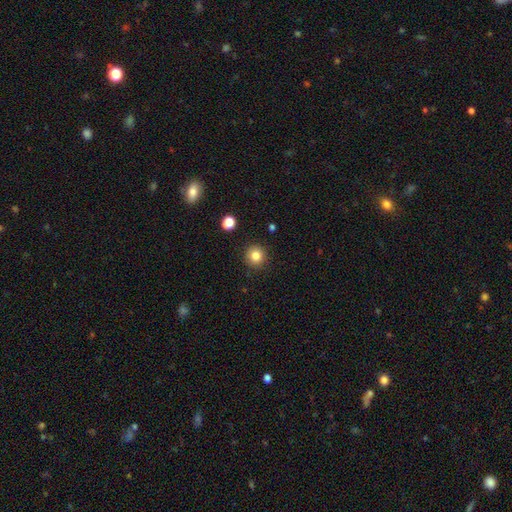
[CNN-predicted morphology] A smooth galaxy with no disk features (83%) that is round (93%).

Vote fractions:
- Smooth or featured? smooth: 83% / star or artifact: 11% / featured or disk: 6%
- How rounded? round: 93% / in between: 6% / cigar-shaped: 1%
- Merging? none: 90% / minor disturbance: 6% / major disturbance: 2% / merger: 2%